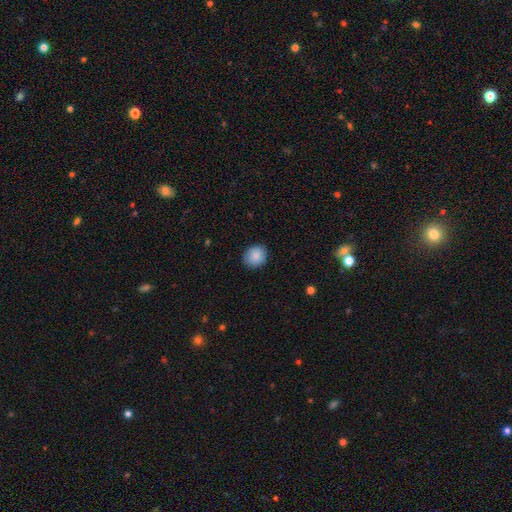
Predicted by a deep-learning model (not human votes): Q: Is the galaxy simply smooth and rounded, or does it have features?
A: smooth — 88%.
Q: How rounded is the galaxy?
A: round — 73%.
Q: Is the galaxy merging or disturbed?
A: none — 87%.